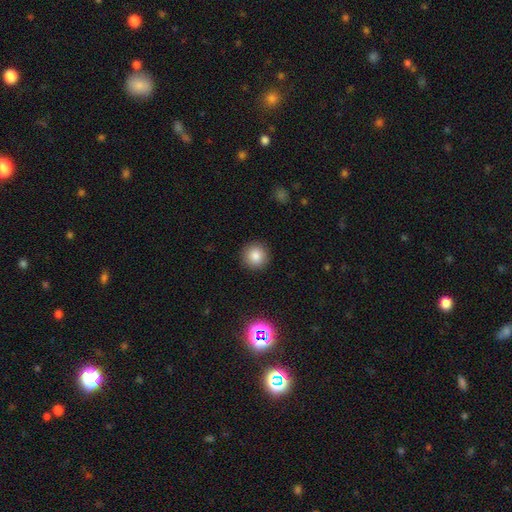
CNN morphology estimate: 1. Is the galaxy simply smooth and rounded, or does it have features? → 83% smooth, 11% star or artifact, 6% featured or disk.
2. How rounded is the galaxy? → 94% round, 5% in between, 1% cigar-shaped.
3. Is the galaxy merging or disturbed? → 91% none, 6% minor disturbance, 2% major disturbance, 1% merger.